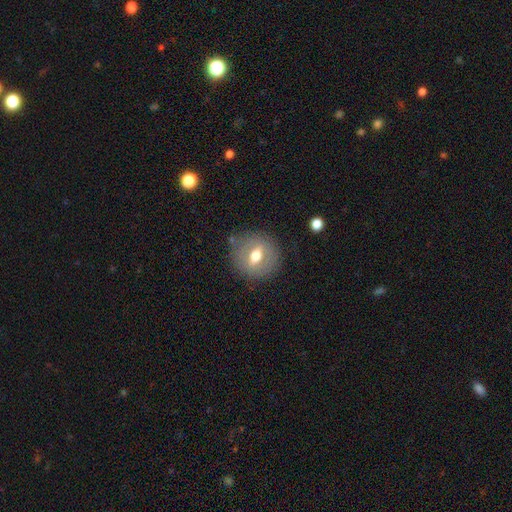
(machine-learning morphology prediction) smooth_or_featured: smooth (p=0.46) [tied with: featured or disk p=0.46]
merging: none (p=0.82) [alt: minor disturbance p=0.12]